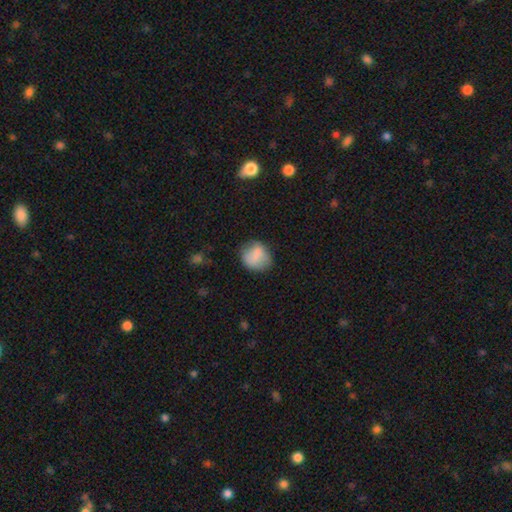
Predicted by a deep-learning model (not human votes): Q: Smooth or featured?
A: smooth (79%); runner-up: featured or disk (13%)
Q: How rounded?
A: round (72%); runner-up: in between (27%)
Q: Merging?
A: none (65%); runner-up: minor disturbance (24%)